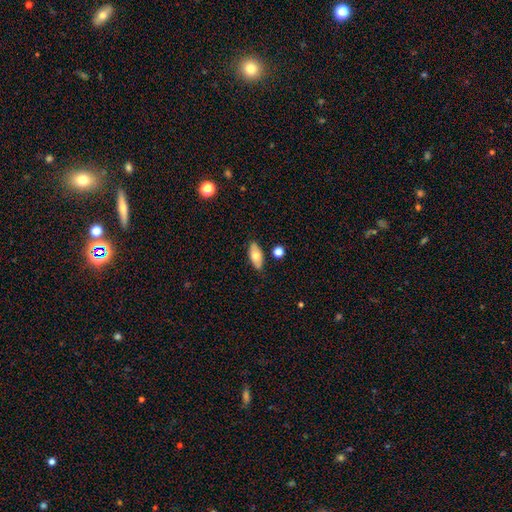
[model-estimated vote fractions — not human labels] A smooth galaxy with no disk features (70%) that is in between round and cigar-shaped (86%).

Vote fractions:
- Smooth or featured? smooth: 70% / featured or disk: 23% / star or artifact: 7%
- How rounded? in between: 86% / cigar-shaped: 10% / round: 3%
- Merging? none: 82% / minor disturbance: 13% / merger: 3% / major disturbance: 2%